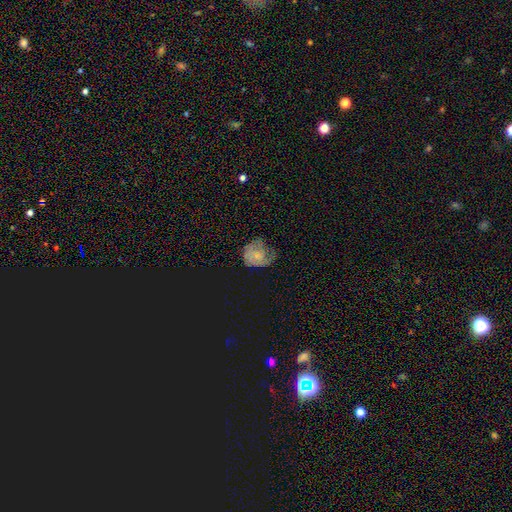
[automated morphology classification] Smooth or featured? Predicted: featured or disk (p=0.48). Merging? Predicted: none (p=0.44).